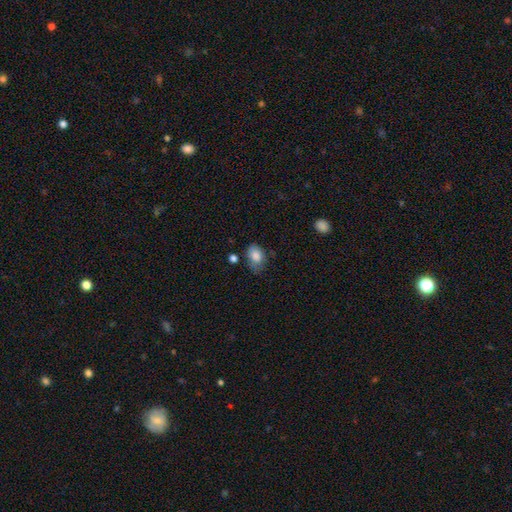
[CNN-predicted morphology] smooth_or_featured: smooth (p=0.83) [alt: featured or disk p=0.09]
how_rounded: in between (p=0.81) [alt: round p=0.17]
merging: none (p=0.55) [alt: minor disturbance p=0.32]